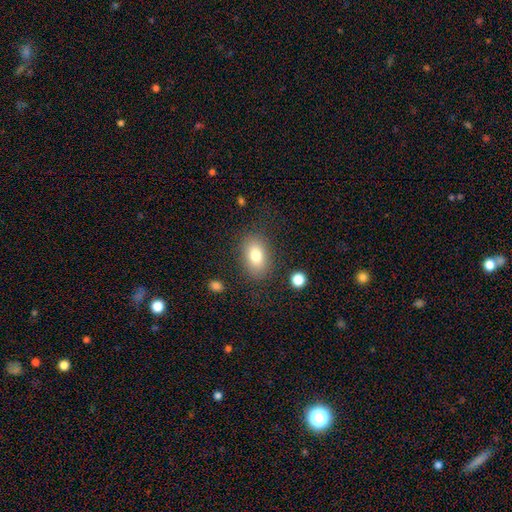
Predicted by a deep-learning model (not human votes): Q: Smooth or featured?
A: smooth (78%); runner-up: featured or disk (12%)
Q: How rounded?
A: in between (82%); runner-up: round (16%)
Q: Merging?
A: none (83%); runner-up: minor disturbance (11%)